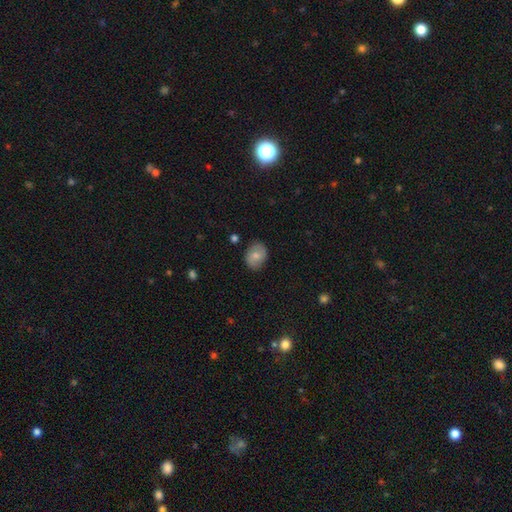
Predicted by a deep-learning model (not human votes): Smooth or featured: smooth — 72% (featured or disk — 20%)
How rounded: in between — 62% (round — 37%)
Merging: none — 84% (minor disturbance — 12%)